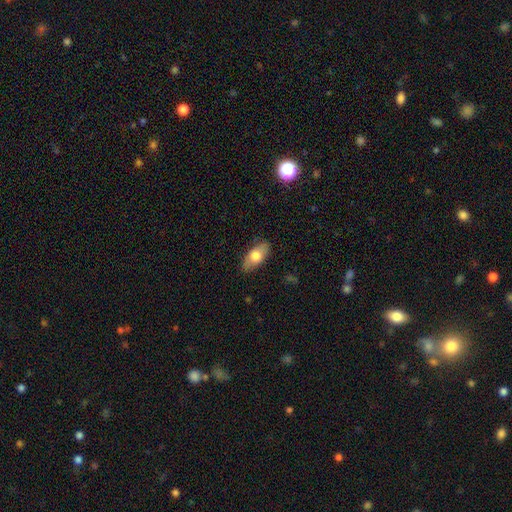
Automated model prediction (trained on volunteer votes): smooth 71%, featured or disk 23%, star or artifact 6%. Down the decision tree: how rounded — in between (89%); merging — none (83%).